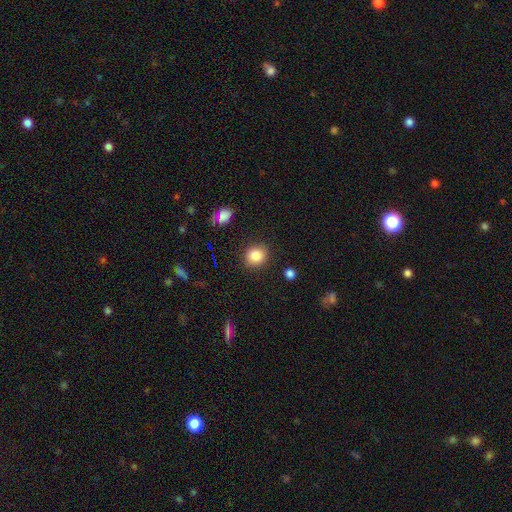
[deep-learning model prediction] Morphology: type=smooth (84%); roundness=round (80%); merging=none (88%).